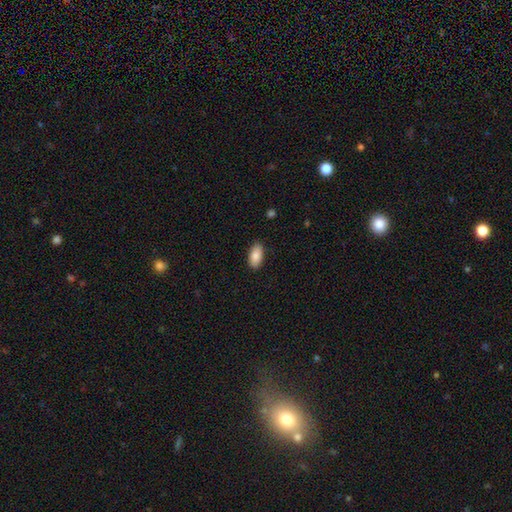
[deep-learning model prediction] Smooth or featured: smooth — 88% (star or artifact — 6%)
How rounded: in between — 93% (cigar-shaped — 5%)
Merging: none — 88% (minor disturbance — 9%)